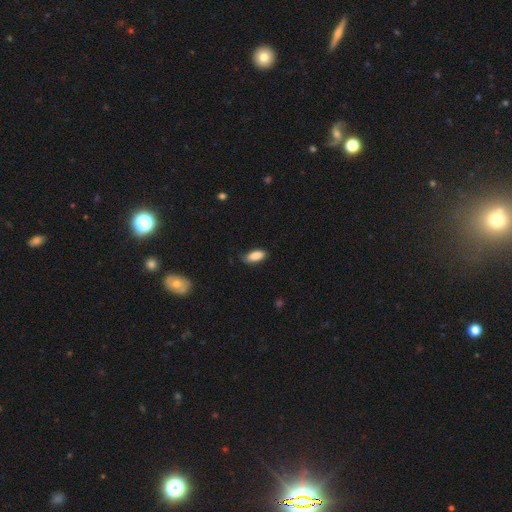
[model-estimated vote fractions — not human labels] smooth_or_featured: smooth (p=0.86) [alt: featured or disk p=0.07]
how_rounded: in between (p=0.87) [alt: cigar-shaped p=0.11]
merging: none (p=0.70) [alt: minor disturbance p=0.24]